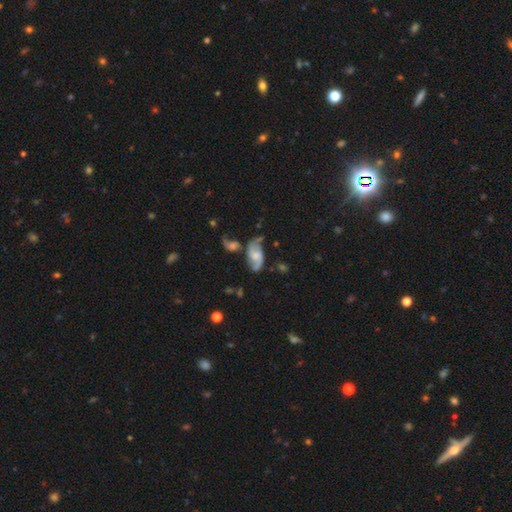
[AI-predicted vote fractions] Smooth or featured? Predicted: featured or disk (p=0.74). Edge-on disk? Predicted: no (p=0.96). Bar? Predicted: no (p=0.52). Spiral arms? Predicted: yes (p=0.92). Spiral winding? Predicted: loose (p=0.50). Spiral arm count? Predicted: 2 (p=0.89). Bulge size? Predicted: moderate (p=0.36). Merging? Predicted: none (p=0.50).